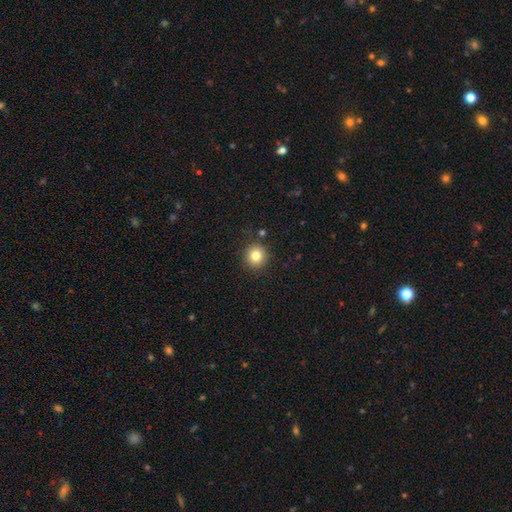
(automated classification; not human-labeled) The model was most divided on "smooth or featured": smooth: 81%, star or artifact: 12%, featured or disk: 7%. More confident: how rounded — round (93%); merging — none (89%).